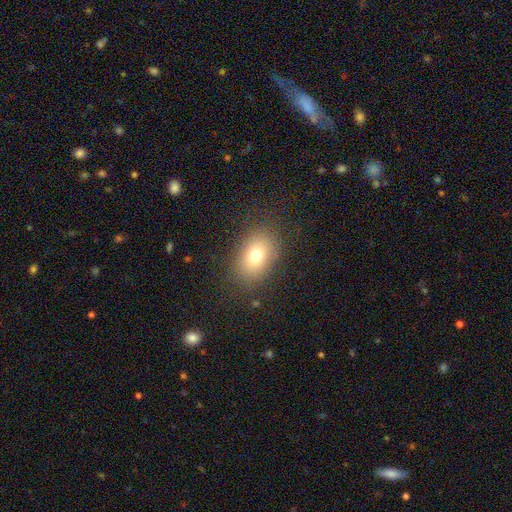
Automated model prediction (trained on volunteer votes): Smooth or featured?
  - smooth: 74% *
  - featured or disk: 14%
  - star or artifact: 12%
How rounded?
  - in between: 78% *
  - round: 20%
  - cigar-shaped: 1%
Merging?
  - none: 83% *
  - minor disturbance: 11%
  - major disturbance: 5%
  - merger: 1%